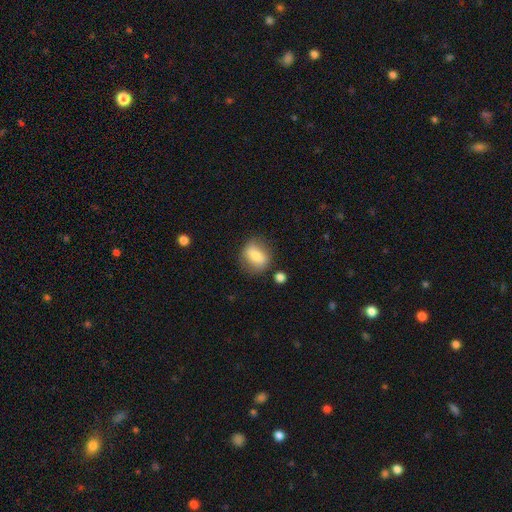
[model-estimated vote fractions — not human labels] smooth_or_featured: smooth (p=0.73) [alt: featured or disk p=0.19]
how_rounded: in between (p=0.50) [alt: round p=0.46]
merging: none (p=0.75) [alt: minor disturbance p=0.16]